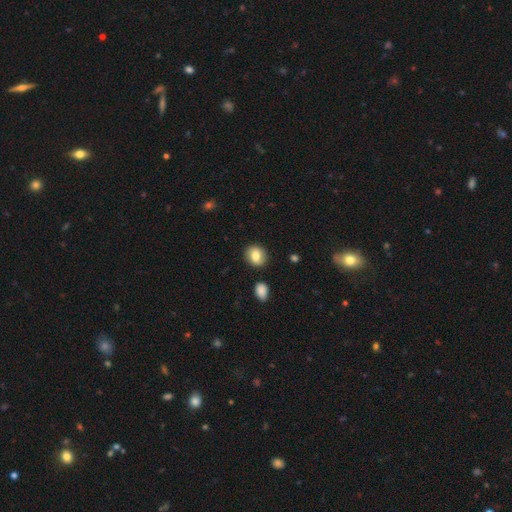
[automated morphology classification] Smooth or featured: smooth — 79% (featured or disk — 13%)
How rounded: round — 56% (in between — 43%)
Merging: none — 85% (minor disturbance — 10%)